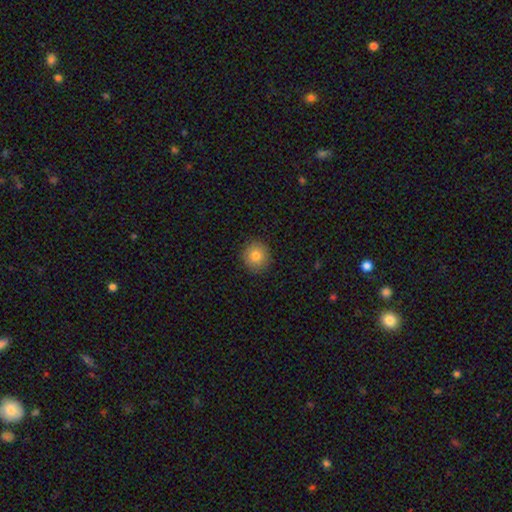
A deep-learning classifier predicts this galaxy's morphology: Smooth or featured: smooth — 82% (star or artifact — 10%)
How rounded: round — 90% (in between — 9%)
Merging: none — 90% (minor disturbance — 7%)